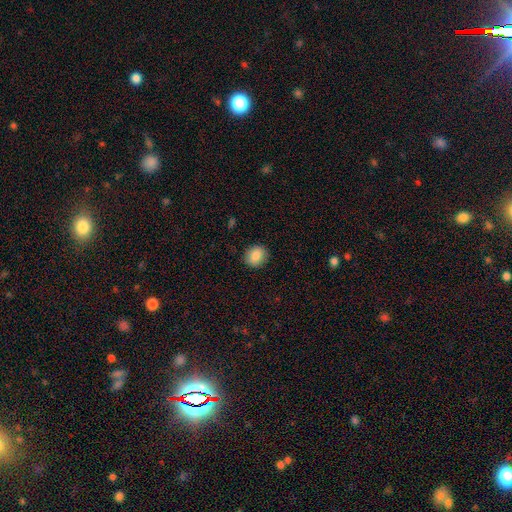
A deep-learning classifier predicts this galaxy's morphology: Smooth or featured: smooth — 85% (star or artifact — 9%)
How rounded: round — 68% (in between — 31%)
Merging: none — 88% (minor disturbance — 8%)